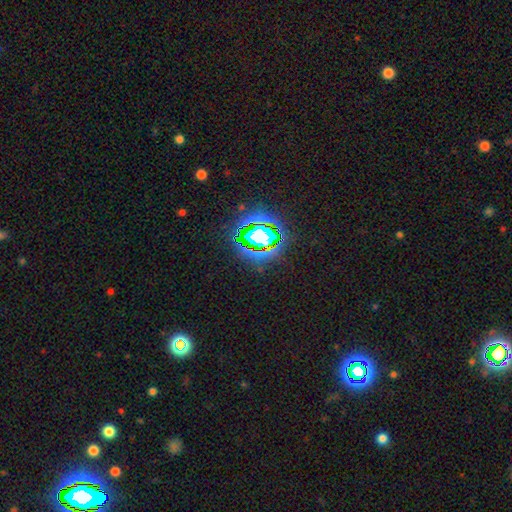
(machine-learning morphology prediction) This is clearly a star or artifact rather than a galaxy (82%).